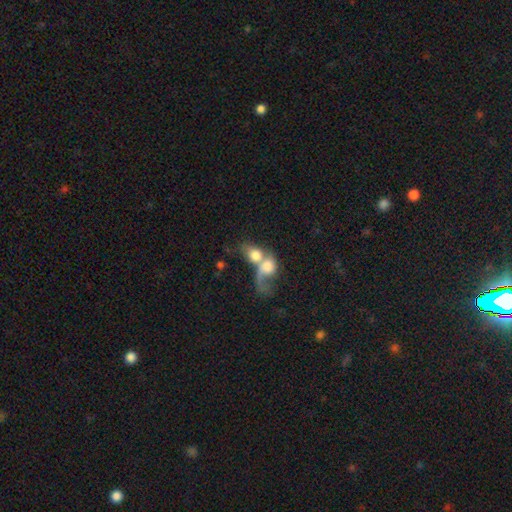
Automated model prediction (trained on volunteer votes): smooth-or-featured: smooth: 60% | featured or disk: 31% | star or artifact: 9%
  how-rounded: in between: 52% | round: 45% | cigar-shaped: 3%
  merging: merger: 79% | major disturbance: 10% | none: 7% | minor disturbance: 4%